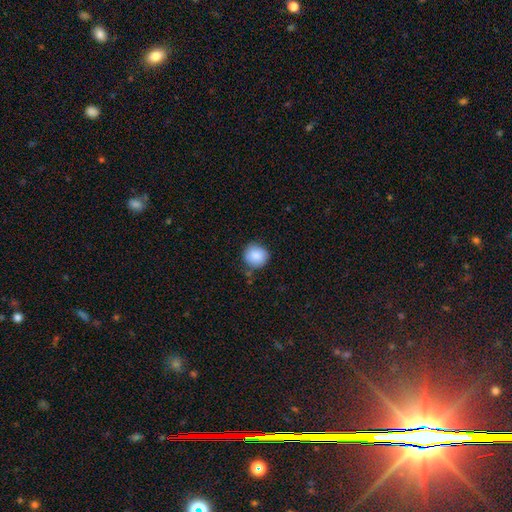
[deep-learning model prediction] Q: Smooth or featured?
A: smooth (88%); runner-up: star or artifact (8%)
Q: How rounded?
A: round (92%); runner-up: in between (8%)
Q: Merging?
A: none (79%); runner-up: minor disturbance (15%)